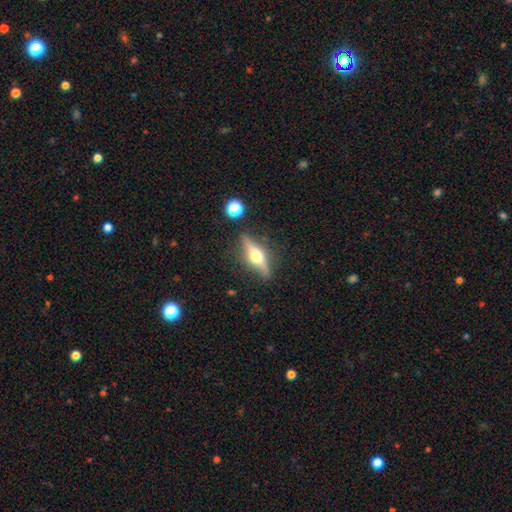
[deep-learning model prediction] This is likely a featured or disk galaxy (65%). It is clearly viewed edge-on (93%). Edge-on bulge: clearly rounded (94%). Merging: clearly none (82%).